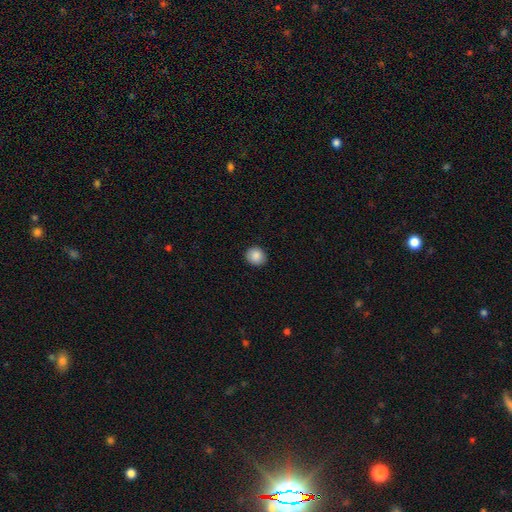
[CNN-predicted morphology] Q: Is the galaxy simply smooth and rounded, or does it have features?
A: smooth — 88%.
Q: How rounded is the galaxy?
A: round — 82%.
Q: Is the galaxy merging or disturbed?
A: none — 90%.